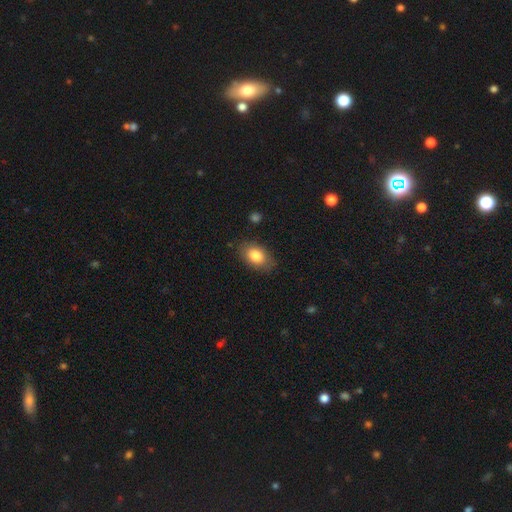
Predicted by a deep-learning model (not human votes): Morphology: type=smooth (83%); roundness=in between (89%); merging=none (83%).